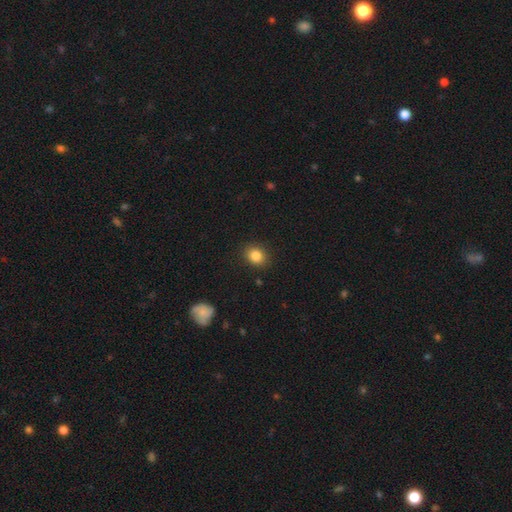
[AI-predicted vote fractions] smooth-or-featured: smooth: 85% | star or artifact: 10% | featured or disk: 5%
  how-rounded: round: 61% | in between: 38% | cigar-shaped: 1%
  merging: none: 88% | minor disturbance: 8% | major disturbance: 2% | merger: 1%